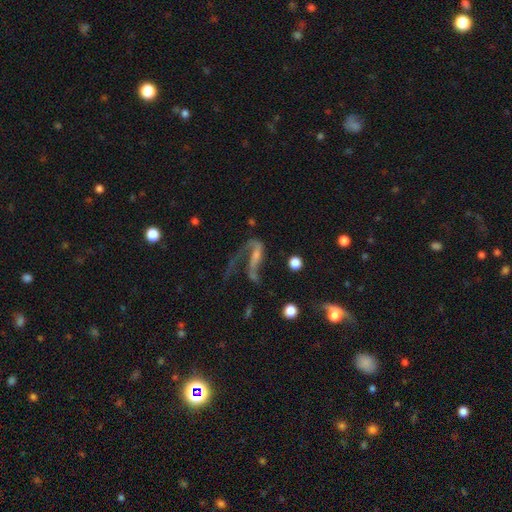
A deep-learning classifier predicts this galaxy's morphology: smooth-or-featured: featured or disk: 70% | smooth: 16% | star or artifact: 13%
  disk-edge-on: no: 86% | yes: 14%
    bar: no: 47% | weak: 29% | strong: 24%
    has-spiral-arms: yes: 75% | no: 25%
    bulge-size: small: 49% | none: 23% | moderate: 22% | large: 4% | dominant: 2%
  merging: major disturbance: 47% | none: 30% | minor disturbance: 14% | merger: 9%